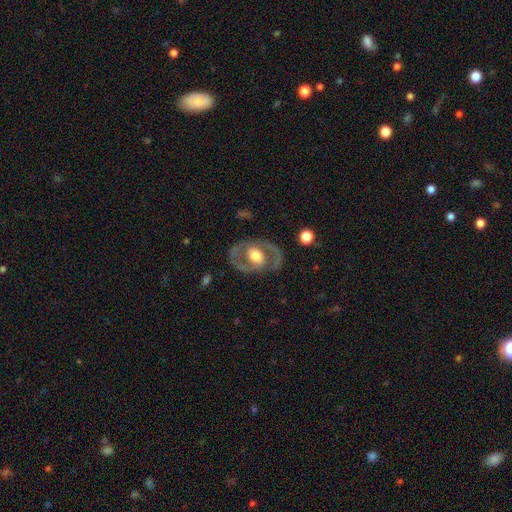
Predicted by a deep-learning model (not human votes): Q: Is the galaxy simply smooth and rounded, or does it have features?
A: featured or disk — 77%.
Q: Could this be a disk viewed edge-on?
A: no — 95%.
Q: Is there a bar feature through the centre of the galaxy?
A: no — 53%.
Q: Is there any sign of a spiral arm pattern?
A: yes — 68%.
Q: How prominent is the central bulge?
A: moderate — 58%.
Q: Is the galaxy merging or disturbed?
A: none — 78%.